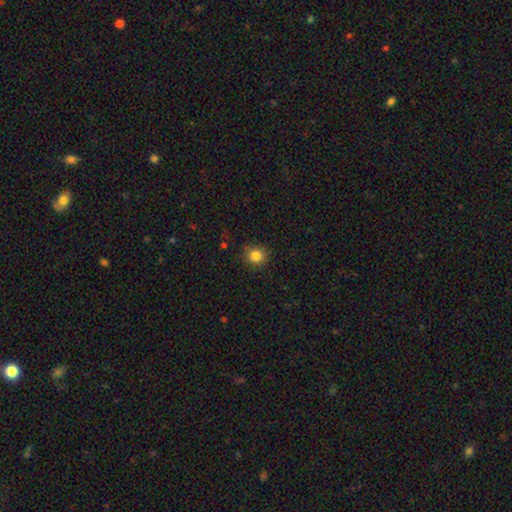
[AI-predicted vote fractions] Smooth or featured? smooth (84%)
How rounded? round (91%)
Merging? none (90%)